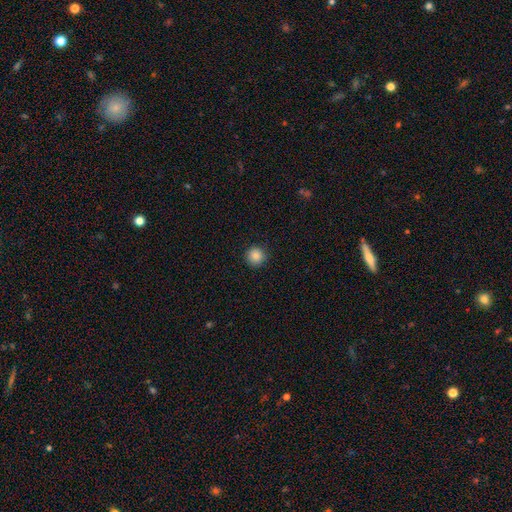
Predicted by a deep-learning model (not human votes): The model was most divided on "smooth or featured": smooth: 87%, star or artifact: 10%, featured or disk: 3%. More confident: how rounded — round (95%); merging — none (92%).